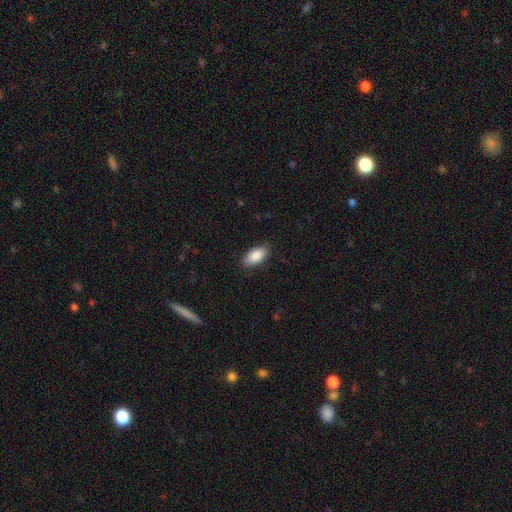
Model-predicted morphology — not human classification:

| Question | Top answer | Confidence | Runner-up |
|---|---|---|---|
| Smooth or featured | smooth | 88% | star or artifact (6%) |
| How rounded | in between | 91% | cigar-shaped (6%) |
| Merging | none | 86% | minor disturbance (11%) |